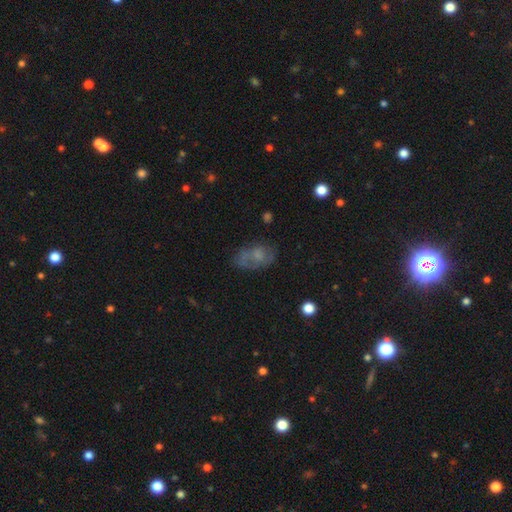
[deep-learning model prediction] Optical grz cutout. It shows a smooth galaxy with no disk features (49%). Merging: none (52%).